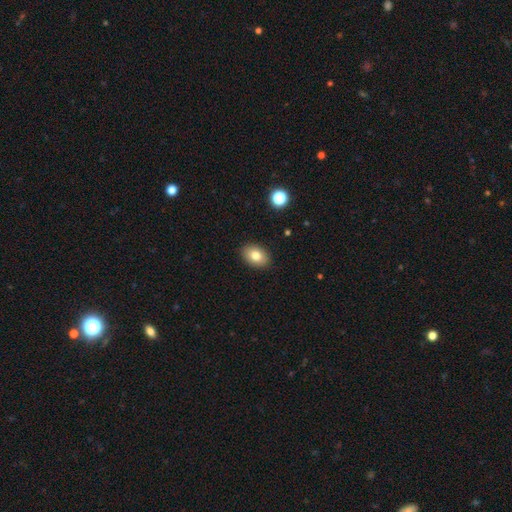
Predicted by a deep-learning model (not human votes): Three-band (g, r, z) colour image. It shows a smooth galaxy with no disk features (79%) that is in between round and cigar-shaped (79%). Merging: none (89%).